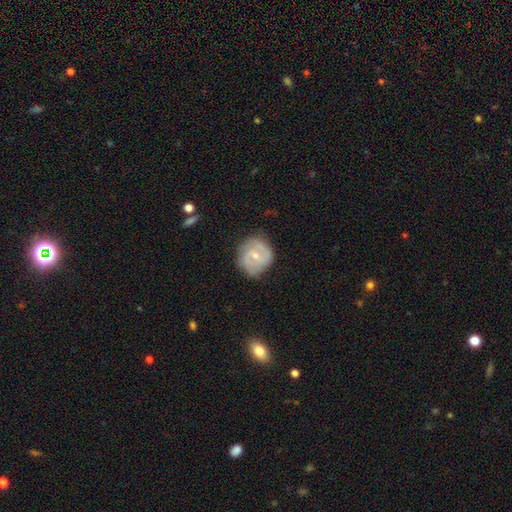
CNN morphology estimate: This is likely a featured or disk galaxy (66%). It is clearly not viewed edge-on (98%). Bar: possibly weak (54%). Spiral arm pattern: clearly yes (85%). Spiral arm count: likely 2 (68%). Spiral winding: marginally medium (45%). Central bulge: possibly small (56%). Merging: likely none (69%).